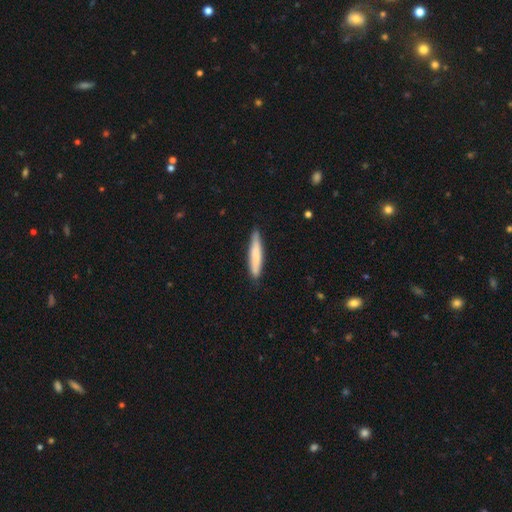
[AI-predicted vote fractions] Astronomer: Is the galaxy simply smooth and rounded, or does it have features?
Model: smooth — 75%.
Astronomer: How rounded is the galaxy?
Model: cigar-shaped — 90%.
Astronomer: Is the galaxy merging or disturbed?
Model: none — 84%.